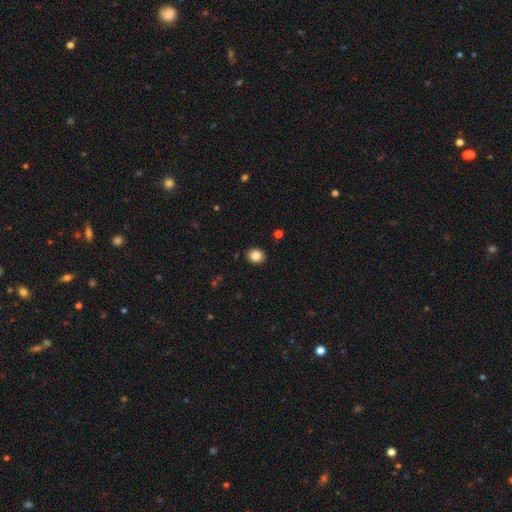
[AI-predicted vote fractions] smooth 85%, star or artifact 9%, featured or disk 6%. Down the decision tree: how rounded — round (59%); merging — none (90%).